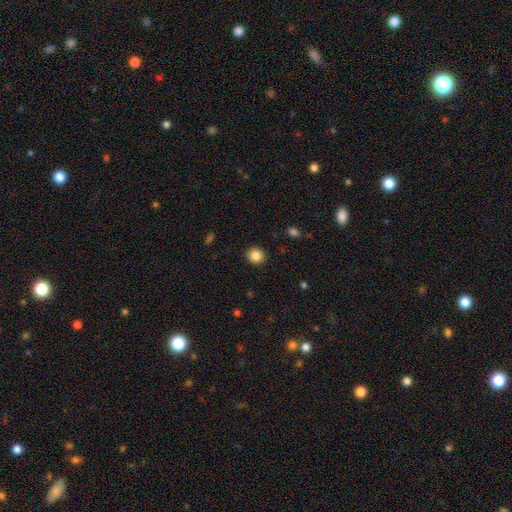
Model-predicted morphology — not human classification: Q: Smooth or featured?
A: smooth (86%); runner-up: star or artifact (10%)
Q: How rounded?
A: round (88%); runner-up: in between (11%)
Q: Merging?
A: none (92%); runner-up: minor disturbance (5%)